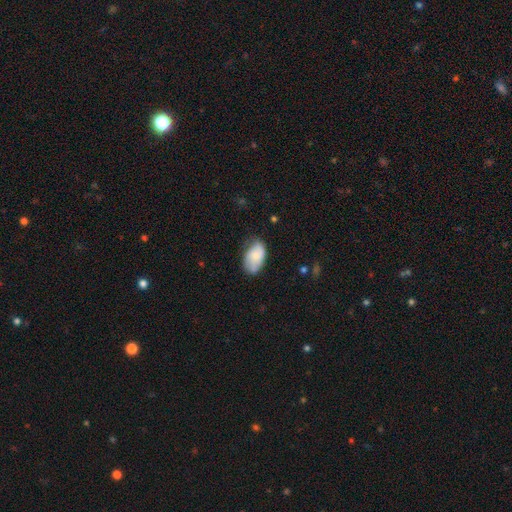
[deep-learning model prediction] This is likely a smooth galaxy (73%). How rounded: clearly in between (93%). Merging: likely none (61%).